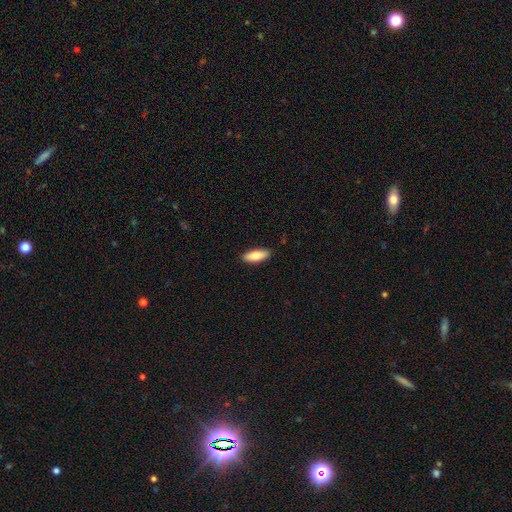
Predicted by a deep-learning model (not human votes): This is likely a smooth galaxy (79%). How rounded: likely in between (71%). Merging: clearly none (89%).